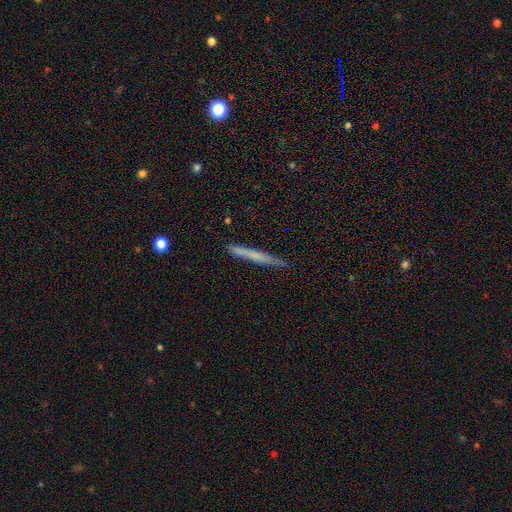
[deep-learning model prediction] Q: Smooth or featured?
A: smooth (62%); runner-up: featured or disk (32%)
Q: How rounded?
A: cigar-shaped (96%); runner-up: in between (2%)
Q: Merging?
A: none (86%); runner-up: minor disturbance (11%)